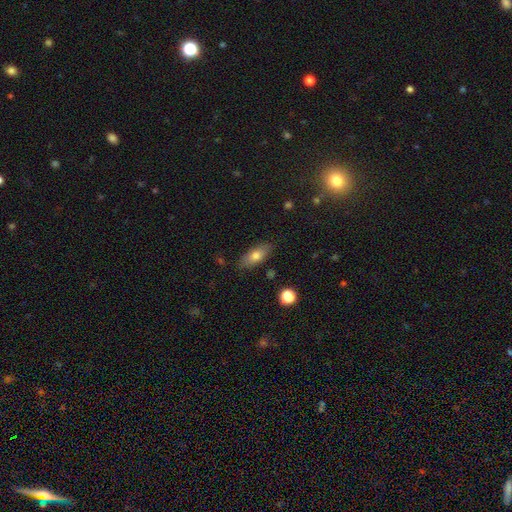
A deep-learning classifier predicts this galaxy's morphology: This is likely a smooth galaxy (73%). How rounded: likely in between (79%). Merging: clearly none (84%).